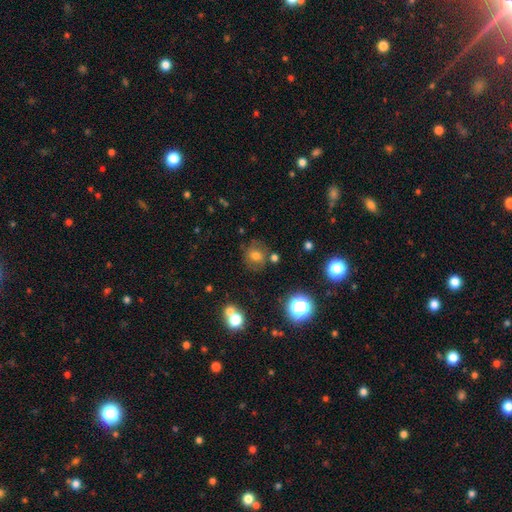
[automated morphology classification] A smooth galaxy with no disk features (64%) that is round (81%).

Vote fractions:
- Smooth or featured? smooth: 64% / star or artifact: 20% / featured or disk: 17%
- How rounded? round: 81% / in between: 18% / cigar-shaped: 1%
- Merging? none: 73% / minor disturbance: 15% / merger: 7% / major disturbance: 6%